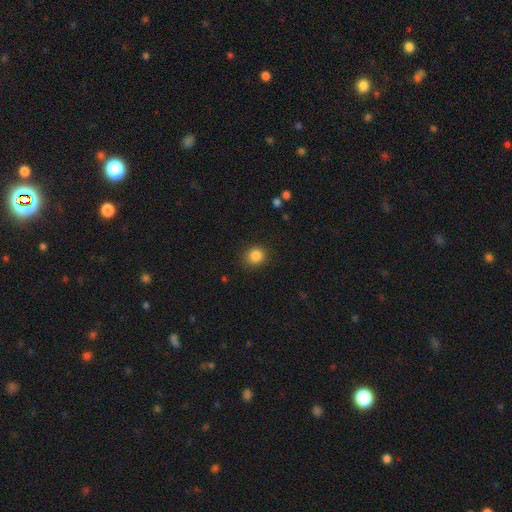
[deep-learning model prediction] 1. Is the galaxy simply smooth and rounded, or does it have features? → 85% smooth, 11% star or artifact, 4% featured or disk.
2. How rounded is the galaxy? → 83% round, 16% in between, 1% cigar-shaped.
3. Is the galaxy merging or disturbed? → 87% none, 9% minor disturbance, 3% major disturbance, 1% merger.